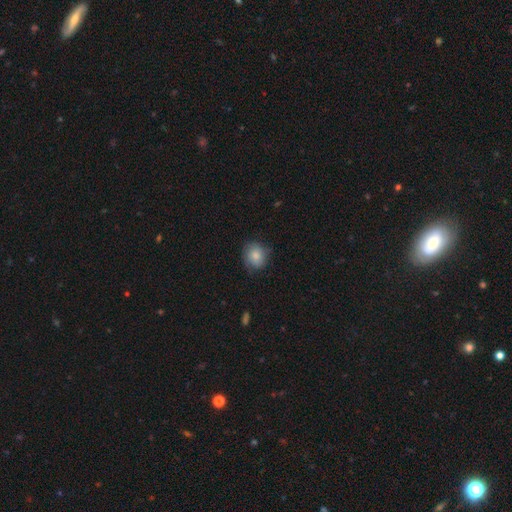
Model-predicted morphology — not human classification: Smooth or featured?
  - smooth: 79% *
  - featured or disk: 13%
  - star or artifact: 7%
How rounded?
  - round: 73% *
  - in between: 26%
  - cigar-shaped: 1%
Merging?
  - none: 67% *
  - minor disturbance: 26%
  - major disturbance: 6%
  - merger: 1%